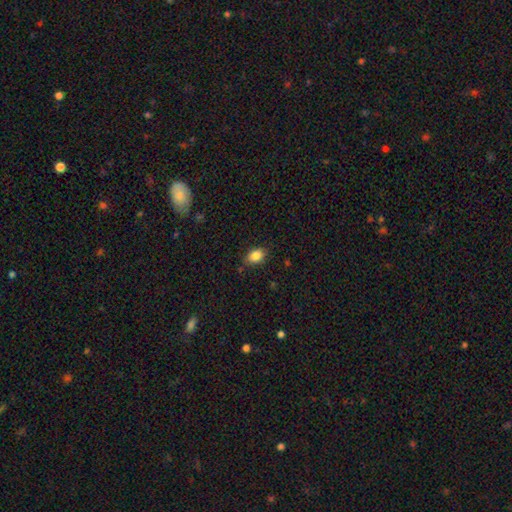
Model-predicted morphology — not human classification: type=smooth (85%); roundness=in between (78%); merging=none (79%).